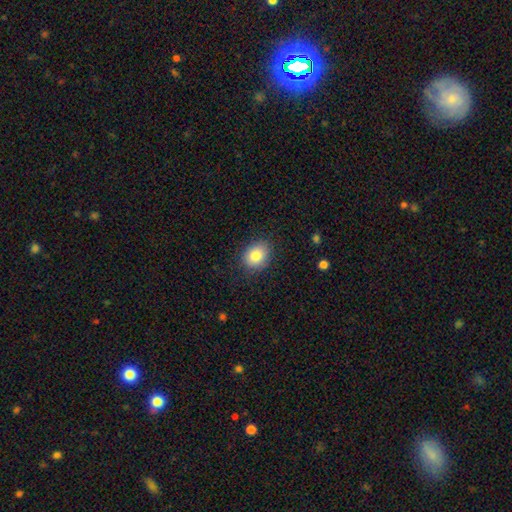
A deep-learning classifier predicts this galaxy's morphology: Smooth or featured? smooth (84%)
How rounded? in between (56%)
Merging? none (85%)